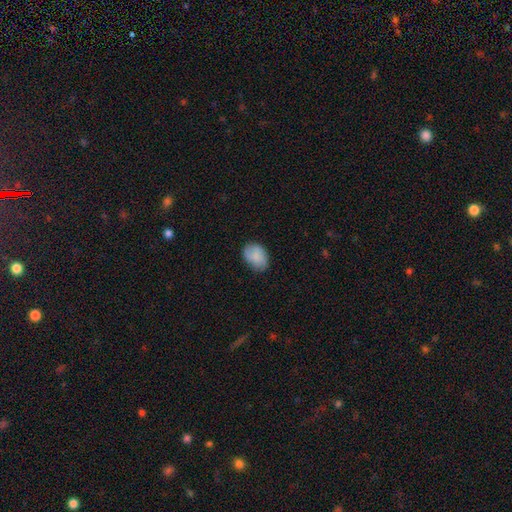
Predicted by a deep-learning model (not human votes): Smooth or featured: smooth — 78% (featured or disk — 14%)
How rounded: in between — 77% (round — 22%)
Merging: none — 71% (minor disturbance — 23%)